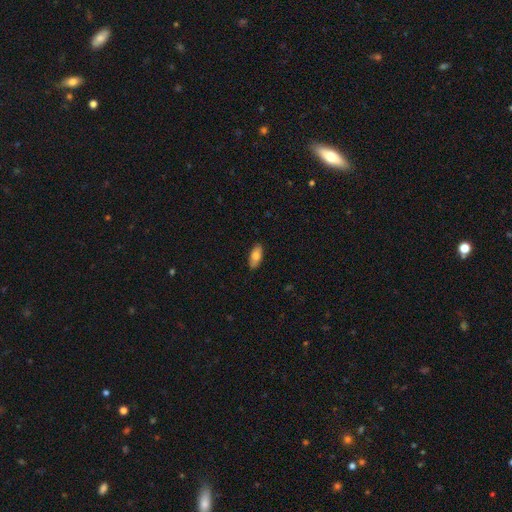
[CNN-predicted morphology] A smooth galaxy with no disk features (79%) that is in between round and cigar-shaped (86%). Merging: none (88%).